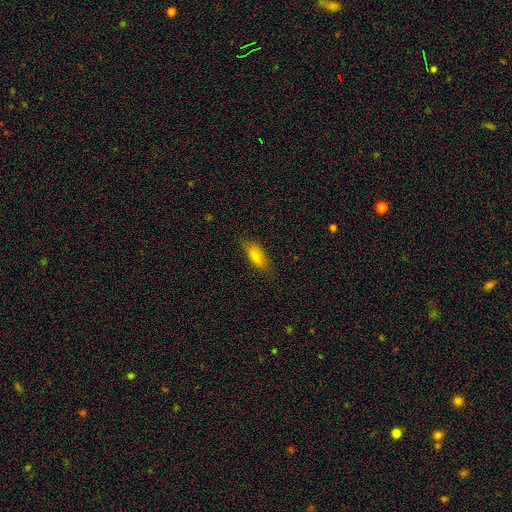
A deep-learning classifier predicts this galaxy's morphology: Smooth or featured?
  - smooth: 76% *
  - featured or disk: 16%
  - star or artifact: 8%
How rounded?
  - in between: 73% *
  - cigar-shaped: 24%
  - round: 3%
Merging?
  - none: 81% *
  - minor disturbance: 14%
  - major disturbance: 3%
  - merger: 1%